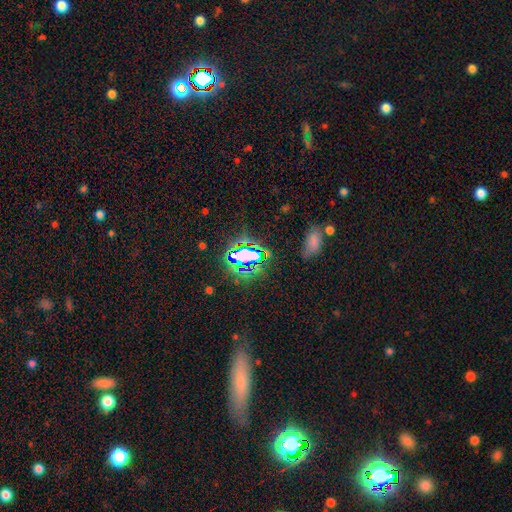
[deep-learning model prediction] star or artifact 59%, smooth 29%, featured or disk 12%.